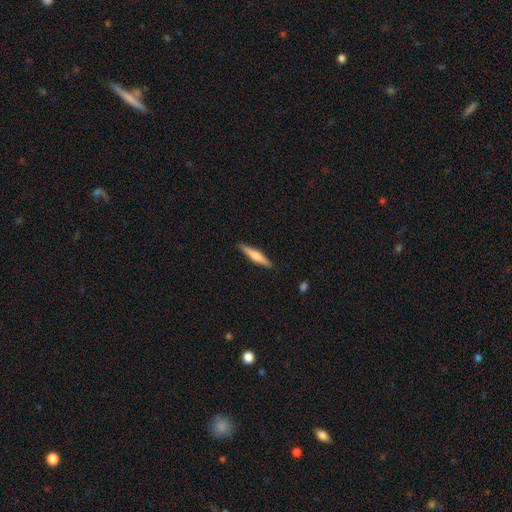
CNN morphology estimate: Overall: smooth (53%; featured or disk 41%). How rounded: cigar-shaped (88%). Merging: none (89%).